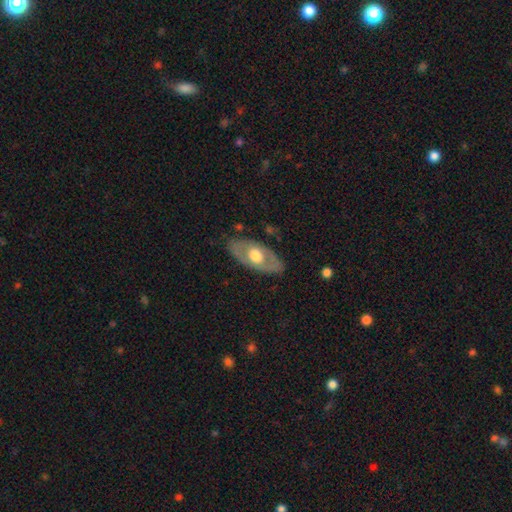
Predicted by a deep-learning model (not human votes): Q: Smooth or featured?
A: featured or disk (54%); runner-up: smooth (41%)
Q: Edge-on disk?
A: no (80%); runner-up: yes (20%)
Q: Merging?
A: none (81%); runner-up: minor disturbance (14%)